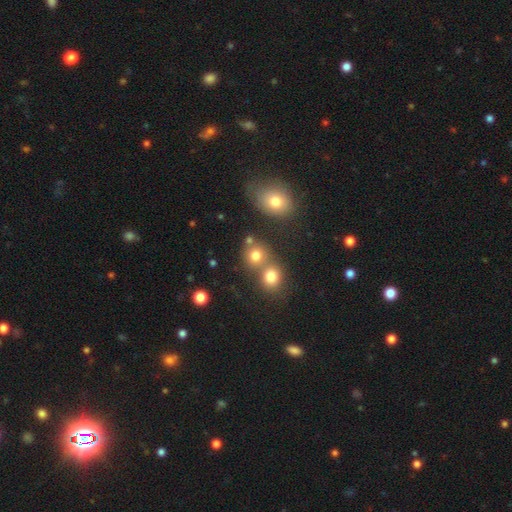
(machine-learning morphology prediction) Overall: smooth (76%). How rounded: round (82%). Merging: none (49%; merger 40%).